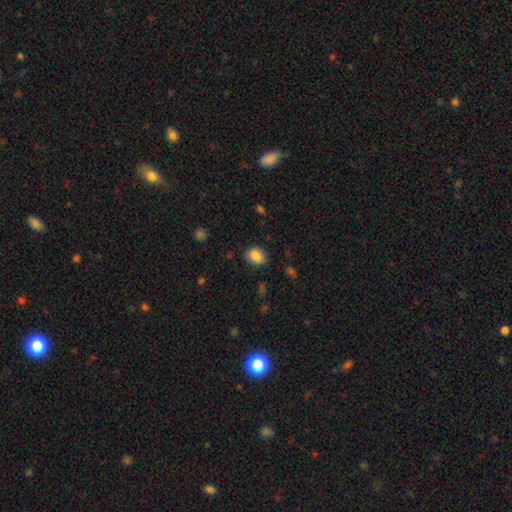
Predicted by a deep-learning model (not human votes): Smooth or featured?
  - smooth: 86% *
  - star or artifact: 9%
  - featured or disk: 5%
How rounded?
  - in between: 61% *
  - round: 38%
  - cigar-shaped: 1%
Merging?
  - none: 83% *
  - minor disturbance: 13%
  - major disturbance: 3%
  - merger: 1%